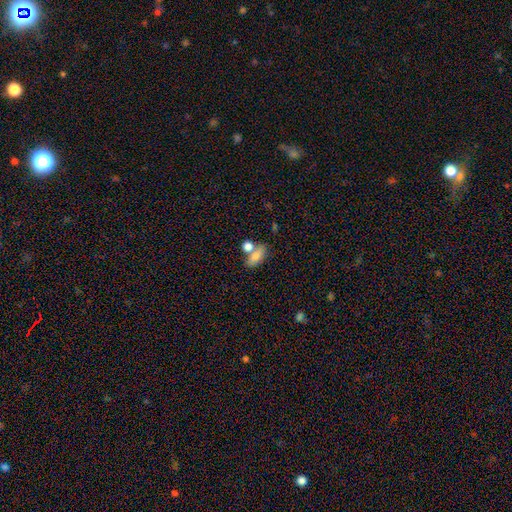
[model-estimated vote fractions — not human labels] The model was most divided on "merging": none: 47%, merger: 35%, minor disturbance: 13%, major disturbance: 6%. More confident: how rounded — in between (83%); smooth or featured — smooth (78%).